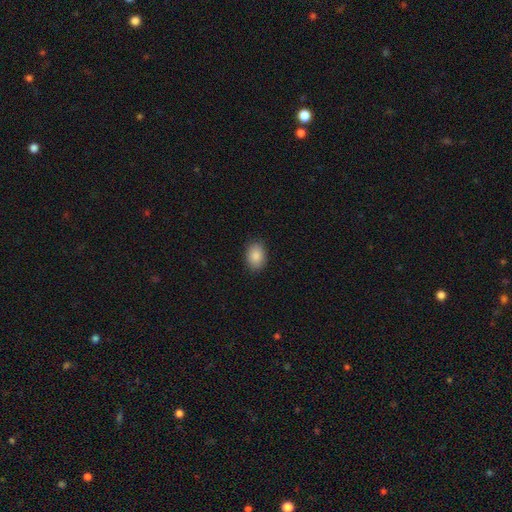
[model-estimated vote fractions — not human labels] Smooth or featured? Predicted: smooth (p=0.88). How rounded? Predicted: in between (p=0.79). Merging? Predicted: none (p=0.88).